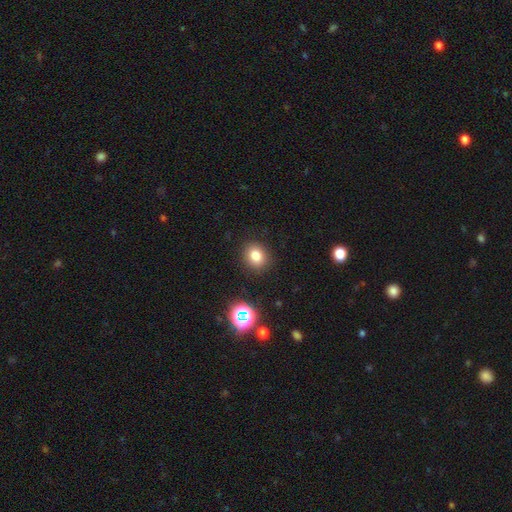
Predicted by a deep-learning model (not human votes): Q: Smooth or featured?
A: smooth (79%); runner-up: star or artifact (14%)
Q: How rounded?
A: round (69%); runner-up: in between (31%)
Q: Merging?
A: none (88%); runner-up: minor disturbance (7%)